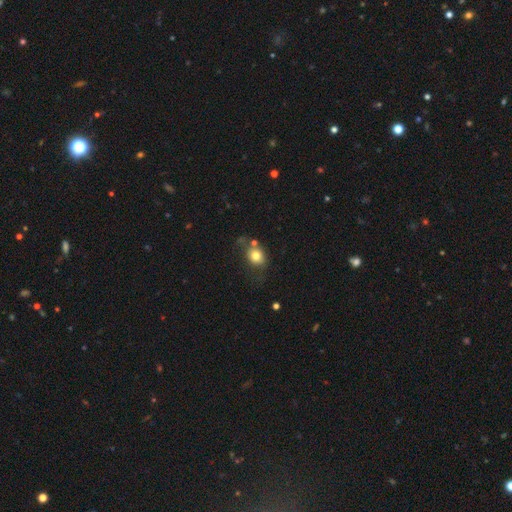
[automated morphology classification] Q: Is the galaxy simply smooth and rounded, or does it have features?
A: smooth — 77%.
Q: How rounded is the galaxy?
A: round — 61%.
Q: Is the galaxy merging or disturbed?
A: none — 56%.